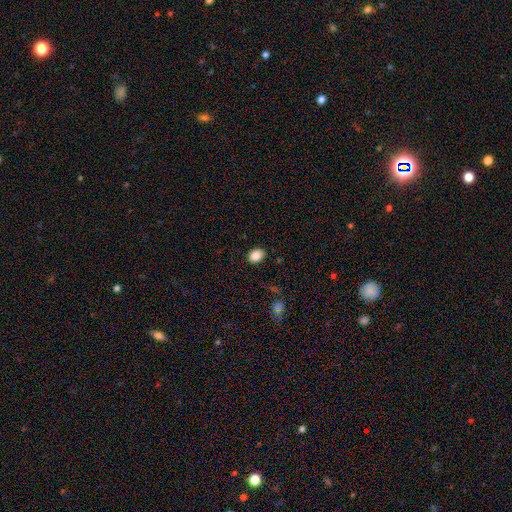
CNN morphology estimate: type=smooth (87%); roundness=in between (59%); merging=none (87%).